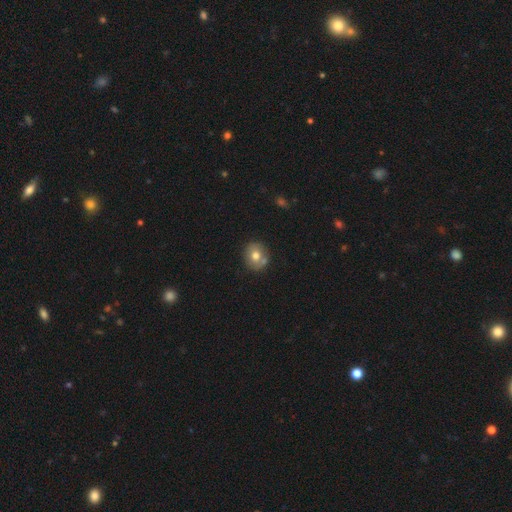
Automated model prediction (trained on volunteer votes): Smooth or featured: smooth — 71% (featured or disk — 19%)
How rounded: round — 78% (in between — 21%)
Merging: none — 71% (merger — 14%)